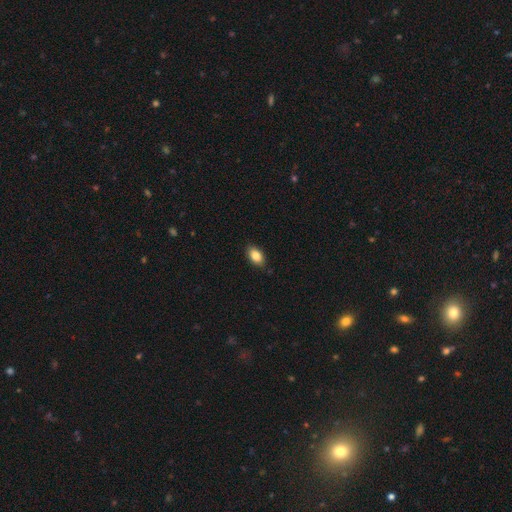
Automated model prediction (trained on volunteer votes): smooth-or-featured: smooth: 85% | star or artifact: 8% | featured or disk: 7%
  how-rounded: in between: 91% | round: 6% | cigar-shaped: 2%
  merging: none: 86% | minor disturbance: 11% | major disturbance: 2% | merger: 1%